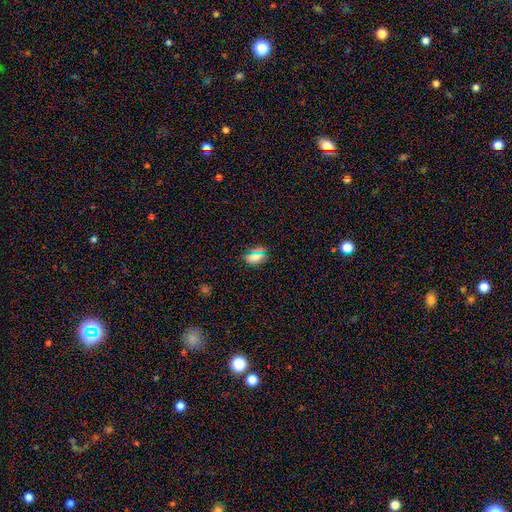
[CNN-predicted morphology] smooth 70%, star or artifact 22%, featured or disk 8%. Down the decision tree: how rounded — in between (83%); merging — none (85%).